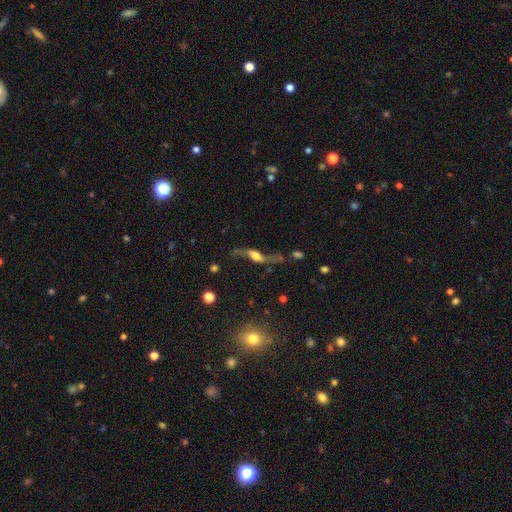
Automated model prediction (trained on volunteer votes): Q: Smooth or featured?
A: featured or disk (74%); runner-up: smooth (17%)
Q: Edge-on disk?
A: no (51%); runner-up: yes (49%)
Q: Merging?
A: none (56%); runner-up: minor disturbance (20%)